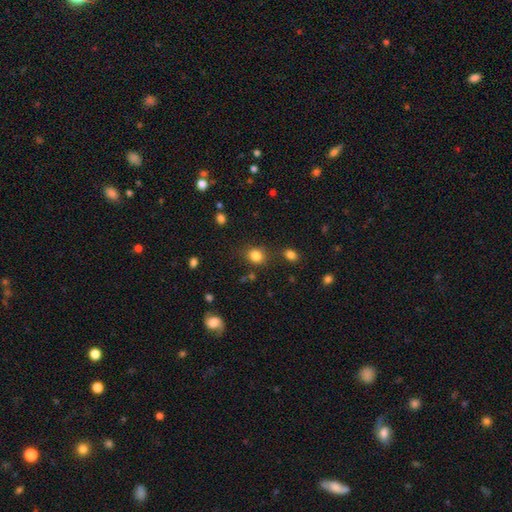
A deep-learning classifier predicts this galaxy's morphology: Smooth or featured?
  - smooth: 83% *
  - star or artifact: 12%
  - featured or disk: 6%
How rounded?
  - round: 66% *
  - in between: 33%
  - cigar-shaped: 1%
Merging?
  - none: 78% *
  - minor disturbance: 13%
  - merger: 5%
  - major disturbance: 4%